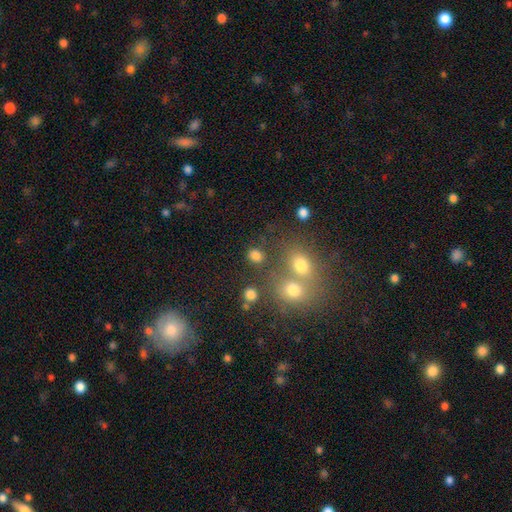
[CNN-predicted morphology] The model was most divided on "how rounded": round: 59%, in between: 40%, cigar-shaped: 1%. More confident: smooth or featured — smooth (79%); merging — none (70%).